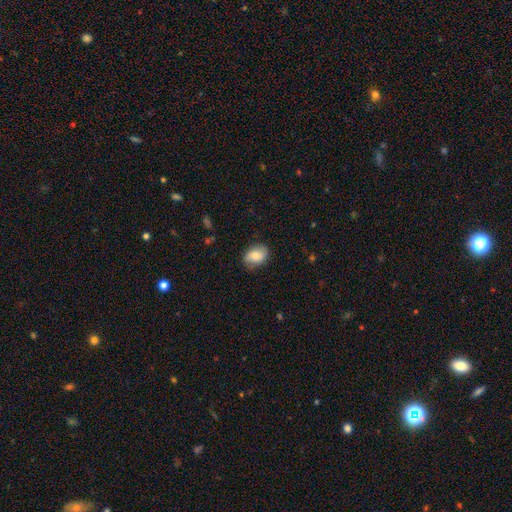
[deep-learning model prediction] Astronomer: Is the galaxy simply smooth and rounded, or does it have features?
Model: smooth — 75%.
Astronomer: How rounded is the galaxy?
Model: in between — 70%.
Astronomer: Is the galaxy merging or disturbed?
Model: none — 79%.